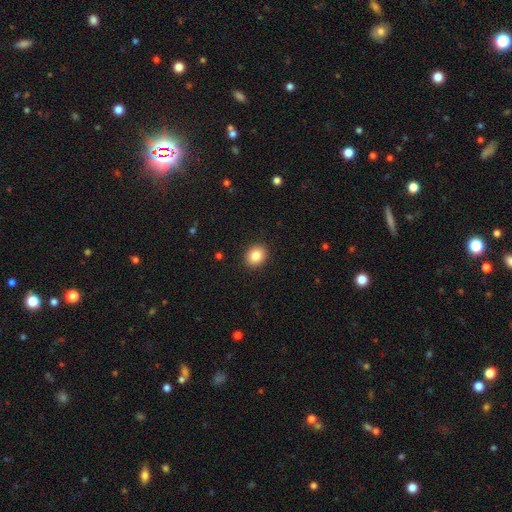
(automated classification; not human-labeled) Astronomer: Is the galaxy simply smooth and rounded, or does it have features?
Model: smooth — 84%.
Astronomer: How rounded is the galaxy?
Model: round — 52% (runner-up: in between, 47%).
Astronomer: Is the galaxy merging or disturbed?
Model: none — 91%.